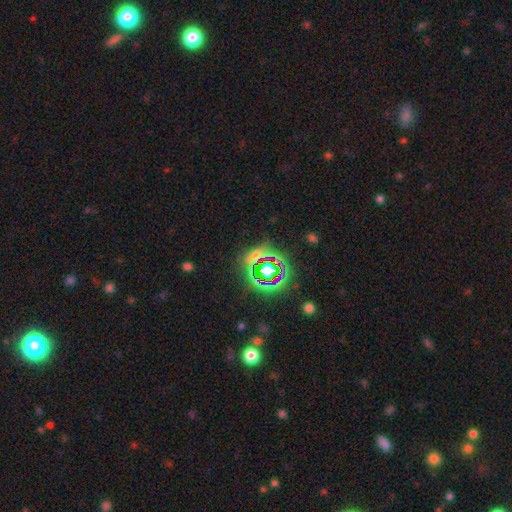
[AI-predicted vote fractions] Smooth or featured?
  - star or artifact: 59% *
  - smooth: 28%
  - featured or disk: 13%